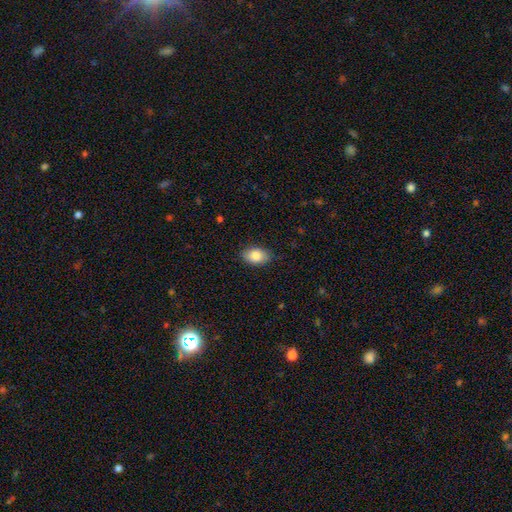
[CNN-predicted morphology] Overall: smooth (85%). How rounded: in between (89%). Merging: none (84%).